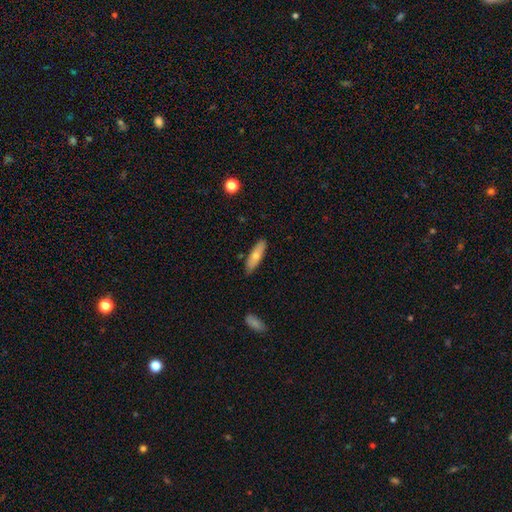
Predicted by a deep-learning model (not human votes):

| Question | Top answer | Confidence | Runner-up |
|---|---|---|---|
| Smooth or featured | smooth | 68% | featured or disk (26%) |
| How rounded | cigar-shaped | 57% | in between (41%) |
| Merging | none | 84% | minor disturbance (12%) |